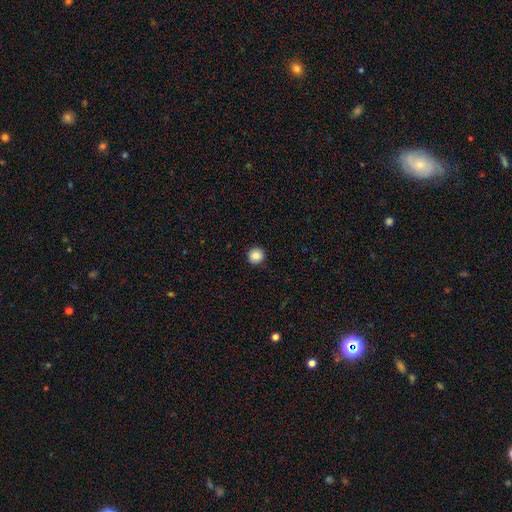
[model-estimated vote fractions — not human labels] Smooth or featured?
  - smooth: 87% *
  - star or artifact: 9%
  - featured or disk: 3%
How rounded?
  - round: 94% *
  - in between: 5%
  - cigar-shaped: 1%
Merging?
  - none: 92% *
  - minor disturbance: 5%
  - major disturbance: 2%
  - merger: 1%